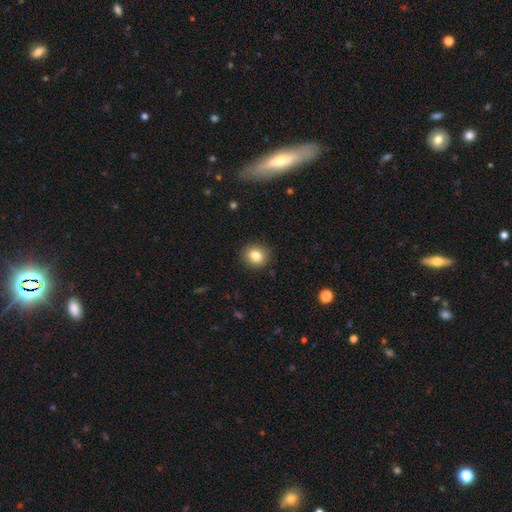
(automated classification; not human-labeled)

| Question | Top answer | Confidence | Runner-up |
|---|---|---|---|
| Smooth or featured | smooth | 82% | star or artifact (10%) |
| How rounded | round | 81% | in between (18%) |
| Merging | none | 91% | minor disturbance (6%) |